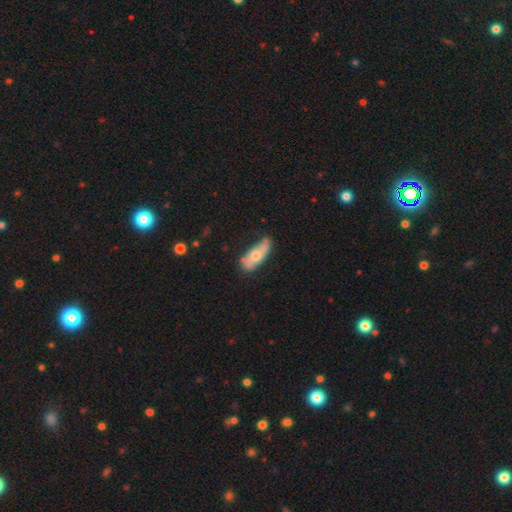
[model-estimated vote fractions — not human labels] This is possibly a smooth galaxy (52%). How rounded: likely in between (67%). Merging: possibly none (56%).